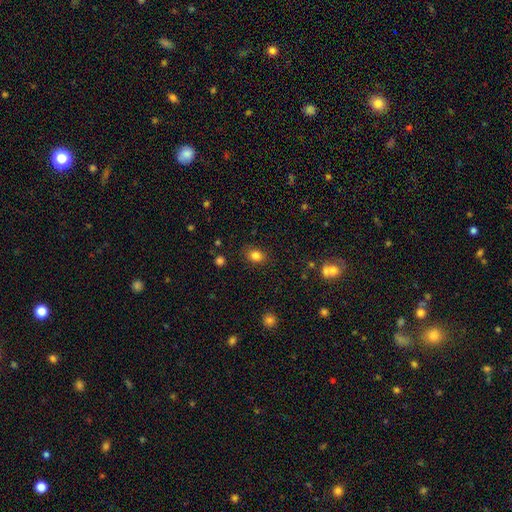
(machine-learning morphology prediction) A smooth galaxy with no disk features (83%) that is in between round and cigar-shaped (52%). Merging: none (84%).